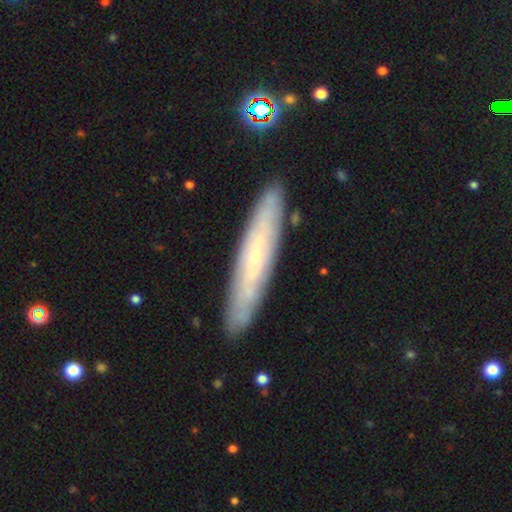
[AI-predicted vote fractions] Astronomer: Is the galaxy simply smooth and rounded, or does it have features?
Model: featured or disk — 65%.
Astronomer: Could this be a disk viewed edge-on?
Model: yes — 59% (runner-up: no, 41%).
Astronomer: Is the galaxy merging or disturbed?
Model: none — 88%.